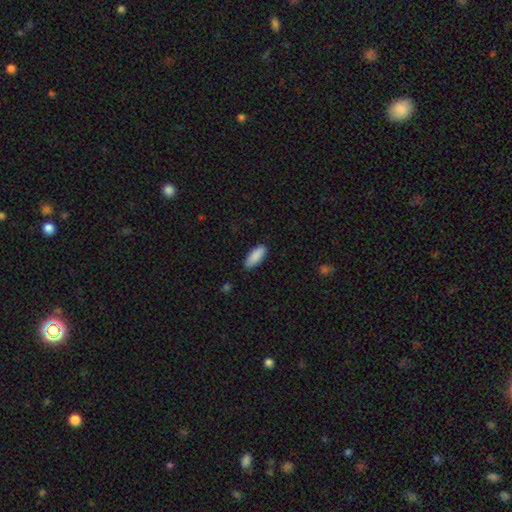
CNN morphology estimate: The model was most divided on "how rounded": in between: 74%, cigar-shaped: 25%, round: 2%. More confident: smooth or featured — smooth (90%); merging — none (87%).